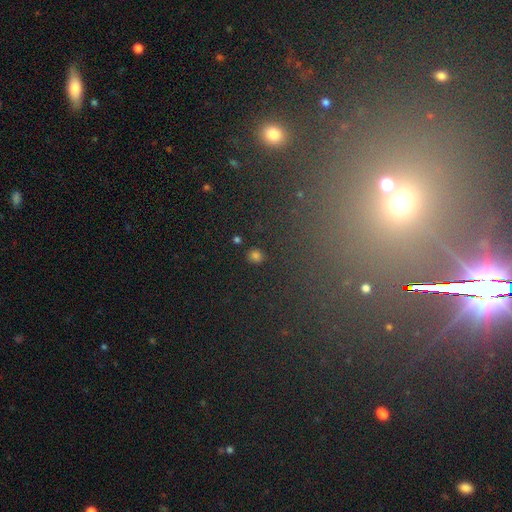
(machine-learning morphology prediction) Smooth or featured?
  - smooth: 60% *
  - star or artifact: 34%
  - featured or disk: 7%
How rounded?
  - round: 81% *
  - in between: 16%
  - cigar-shaped: 2%
Merging?
  - none: 89% *
  - minor disturbance: 6%
  - major disturbance: 3%
  - merger: 2%